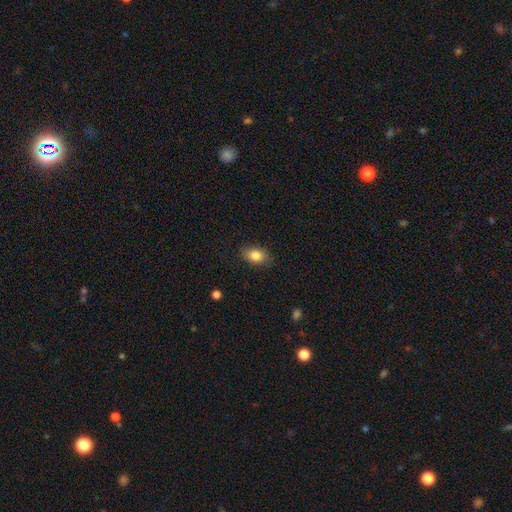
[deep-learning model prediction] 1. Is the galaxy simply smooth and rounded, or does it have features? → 84% smooth, 8% featured or disk, 8% star or artifact.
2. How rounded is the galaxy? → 82% in between, 16% round, 2% cigar-shaped.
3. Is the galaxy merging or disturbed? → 84% none, 12% minor disturbance, 3% major disturbance, 1% merger.